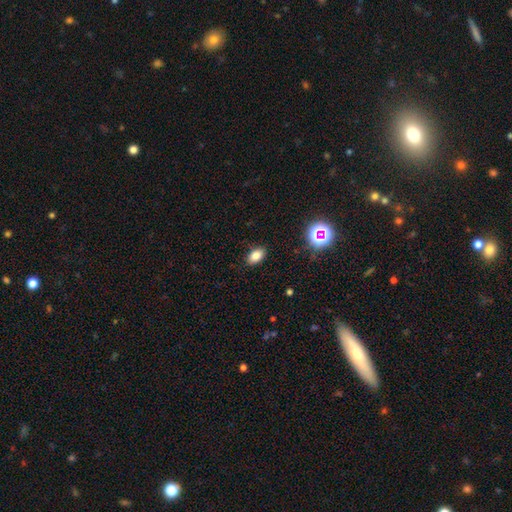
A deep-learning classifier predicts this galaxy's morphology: The model was most divided on "smooth or featured": smooth: 81%, star or artifact: 13%, featured or disk: 6%. More confident: how rounded — in between (89%); merging — none (87%).